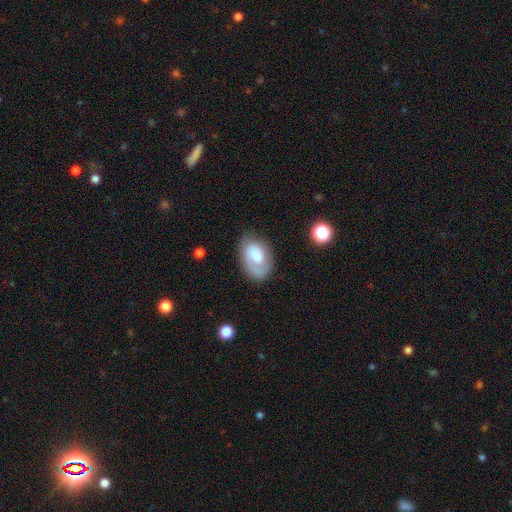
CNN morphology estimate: Overall: smooth (60%; featured or disk 32%). How rounded: in between (88%). Merging: none (66%).